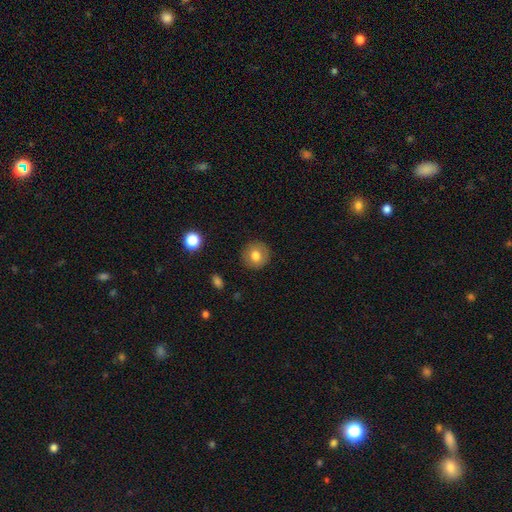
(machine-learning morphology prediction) Overall: smooth (76%). How rounded: round (93%). Merging: none (90%).